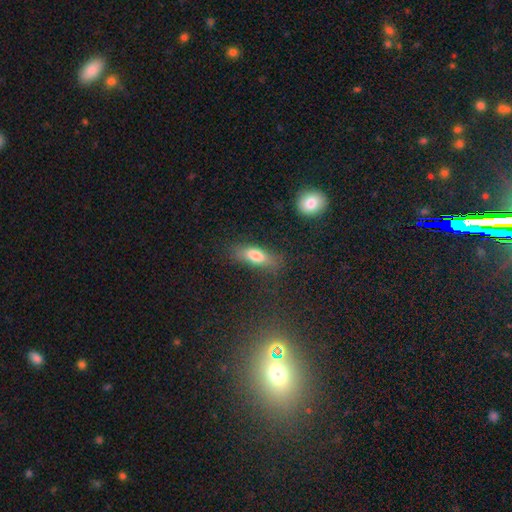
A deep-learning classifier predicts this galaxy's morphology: Smooth or featured: smooth — 77% (featured or disk — 14%)
How rounded: in between — 70% (cigar-shaped — 27%)
Merging: none — 68% (minor disturbance — 20%)